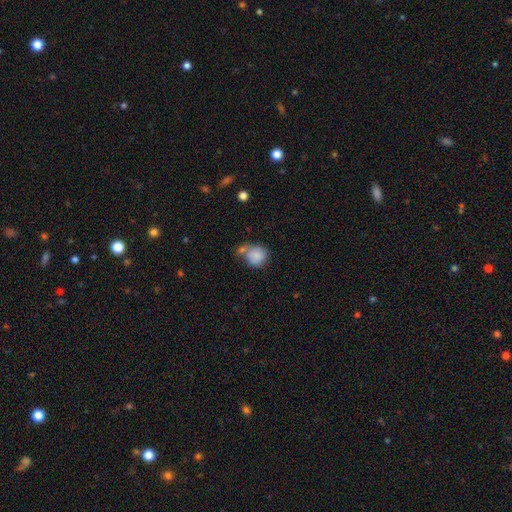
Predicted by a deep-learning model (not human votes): Smooth or featured? Predicted: smooth (p=0.83). How rounded? Predicted: round (p=0.82). Merging? Predicted: none (p=0.42).